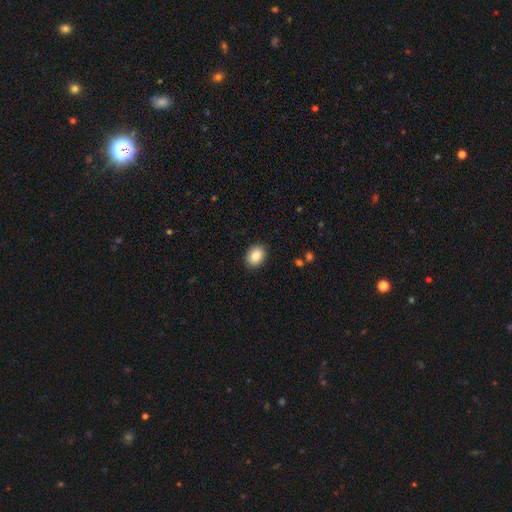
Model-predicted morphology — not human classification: Overall: smooth (87%). How rounded: in between (65%; round 34%). Merging: none (90%).